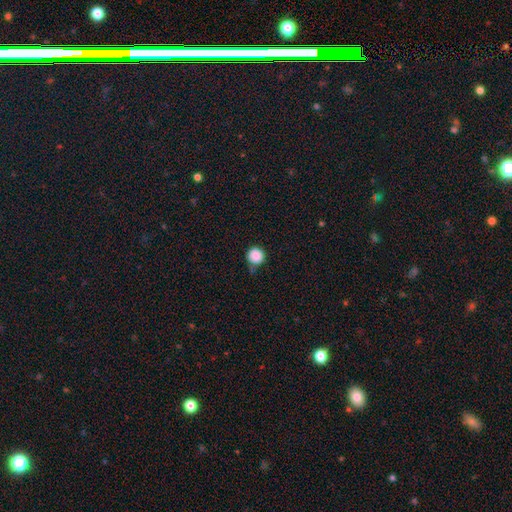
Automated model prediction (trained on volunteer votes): Q: Smooth or featured?
A: smooth (87%); runner-up: star or artifact (9%)
Q: How rounded?
A: round (94%); runner-up: in between (5%)
Q: Merging?
A: none (66%); runner-up: minor disturbance (24%)